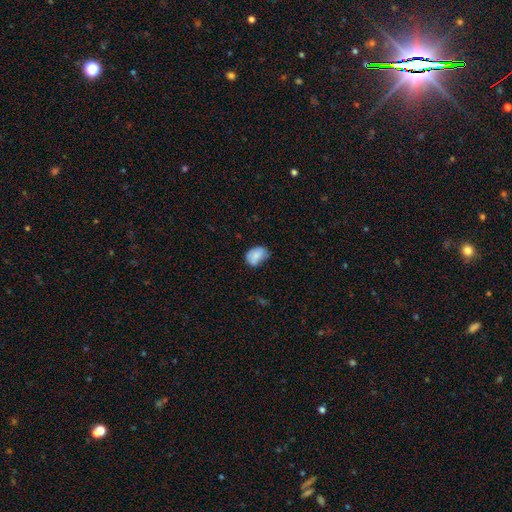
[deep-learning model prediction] Smooth or featured: smooth — 79% (featured or disk — 13%)
How rounded: in between — 77% (round — 22%)
Merging: none — 49% (minor disturbance — 37%)